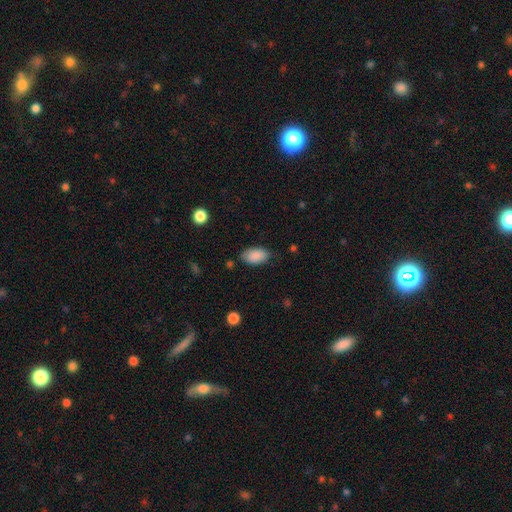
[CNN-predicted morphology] A smooth galaxy with no disk features (89%) that is in between round and cigar-shaped (94%). Merging: none (76%).